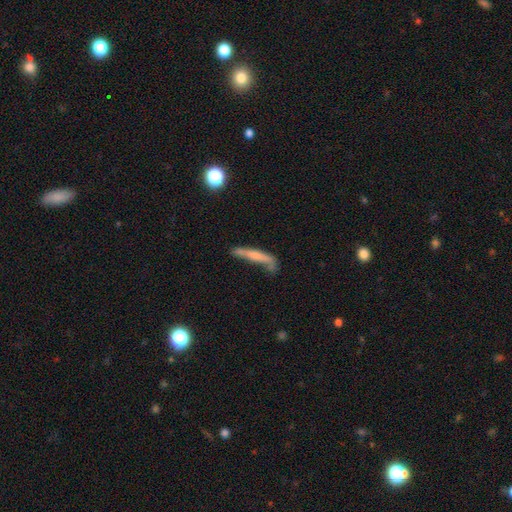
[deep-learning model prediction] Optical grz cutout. It shows a smooth galaxy with no disk features (55%) that is cigar-shaped (90%). Merging: none (46%).